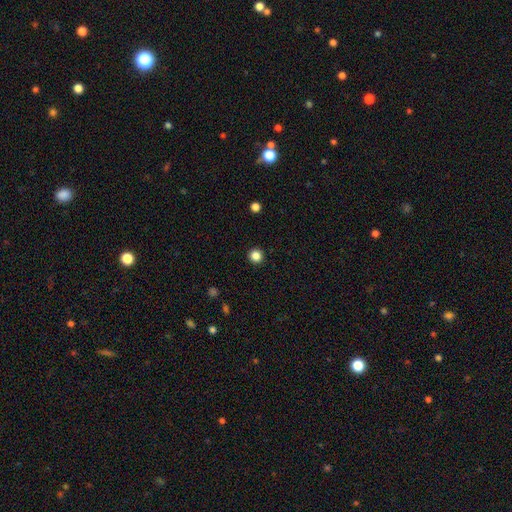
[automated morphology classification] Smooth or featured: smooth — 85% (star or artifact — 12%)
How rounded: round — 95% (in between — 4%)
Merging: none — 93% (minor disturbance — 4%)